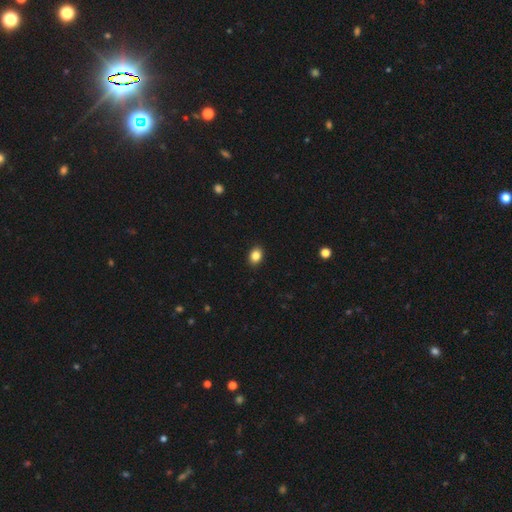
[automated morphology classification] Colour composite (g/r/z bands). It shows a smooth galaxy with no disk features (85%) that is in between round and cigar-shaped (69%). Merging: none (91%).